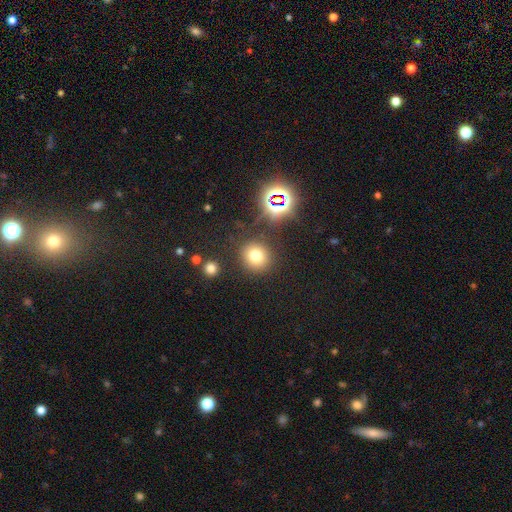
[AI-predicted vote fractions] A smooth galaxy with no disk features (70%) that is round (90%).

Vote fractions:
- Smooth or featured? smooth: 70% / star or artifact: 21% / featured or disk: 9%
- How rounded? round: 90% / in between: 9% / cigar-shaped: 1%
- Merging? none: 86% / minor disturbance: 7% / major disturbance: 4% / merger: 3%